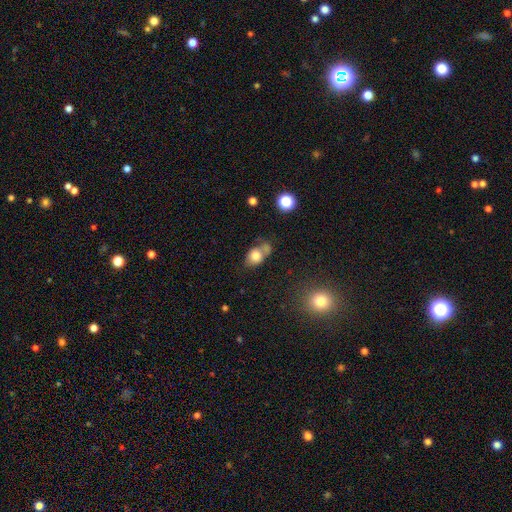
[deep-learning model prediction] A smooth galaxy with no disk features (76%) that is in between round and cigar-shaped (63%). Merging: none (40%).